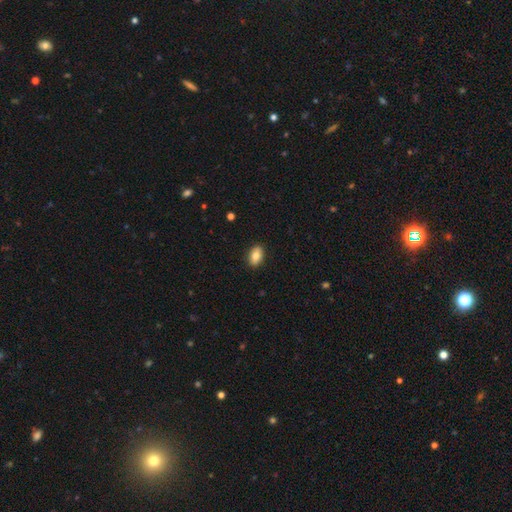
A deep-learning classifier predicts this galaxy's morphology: smooth-or-featured: smooth: 82% | featured or disk: 11% | star or artifact: 7%
  how-rounded: in between: 89% | round: 9% | cigar-shaped: 2%
  merging: none: 89% | minor disturbance: 8% | major disturbance: 2% | merger: 1%